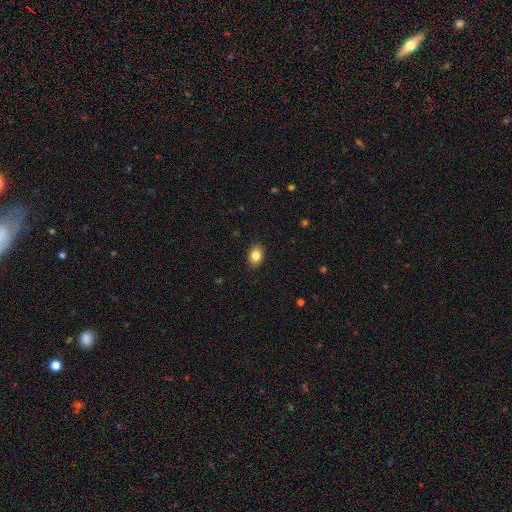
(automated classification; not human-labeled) smooth_or_featured: smooth (p=0.84) [alt: star or artifact p=0.09]
how_rounded: in between (p=0.75) [alt: round p=0.24]
merging: none (p=0.89) [alt: minor disturbance p=0.08]